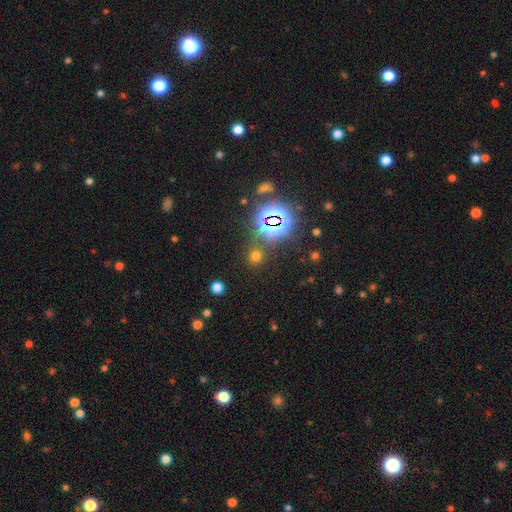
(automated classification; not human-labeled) smooth_or_featured: smooth (p=0.54) [alt: star or artifact p=0.40]
how_rounded: round (p=0.86) [alt: in between p=0.12]
merging: none (p=0.78) [alt: merger p=0.09]